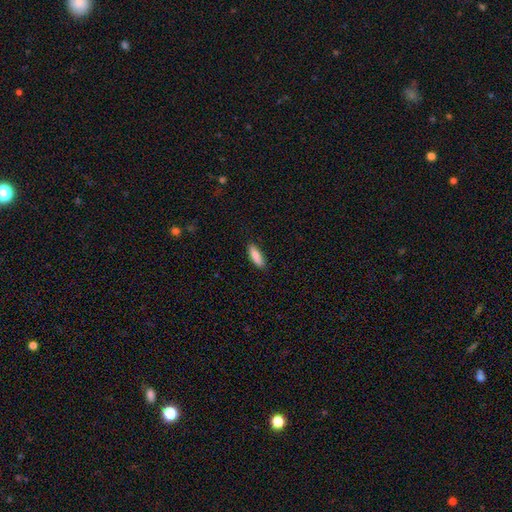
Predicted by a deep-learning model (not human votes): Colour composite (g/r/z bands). It shows a smooth galaxy with no disk features (85%) that is in between round and cigar-shaped (58%). Merging: none (85%).